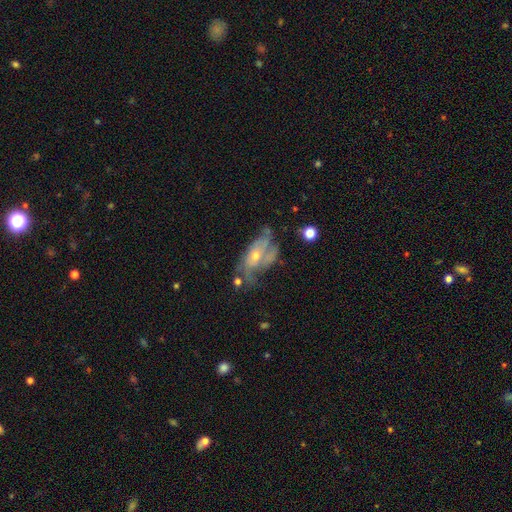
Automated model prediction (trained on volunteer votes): Morphology: type=featured or disk (70%); edge-on=no (93%); bar=no (76%); spiral arms=yes (69%); bulge=small (58%); merging=none (36%).